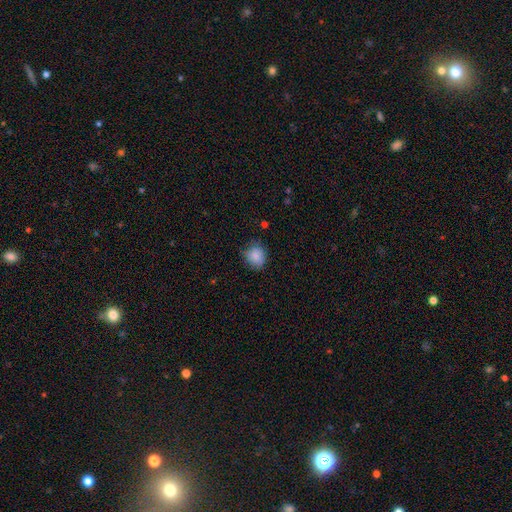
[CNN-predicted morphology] Q: Smooth or featured?
A: smooth (82%); runner-up: featured or disk (10%)
Q: How rounded?
A: round (68%); runner-up: in between (31%)
Q: Merging?
A: none (65%); runner-up: minor disturbance (27%)